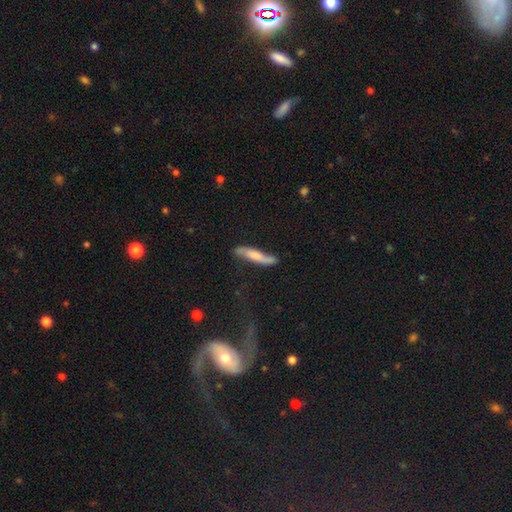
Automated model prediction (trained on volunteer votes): Smooth or featured?
  - smooth: 53% *
  - featured or disk: 41%
  - star or artifact: 6%
How rounded?
  - cigar-shaped: 86% *
  - in between: 13%
  - round: 2%
Merging?
  - none: 67% *
  - minor disturbance: 24%
  - major disturbance: 6%
  - merger: 3%